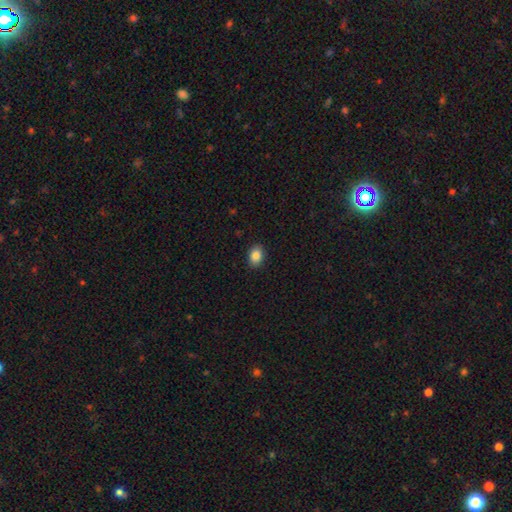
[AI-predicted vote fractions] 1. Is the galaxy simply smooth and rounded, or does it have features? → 87% smooth, 8% star or artifact, 5% featured or disk.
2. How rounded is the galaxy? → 76% in between, 23% round, 1% cigar-shaped.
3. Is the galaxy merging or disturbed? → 89% none, 8% minor disturbance, 2% major disturbance, 1% merger.